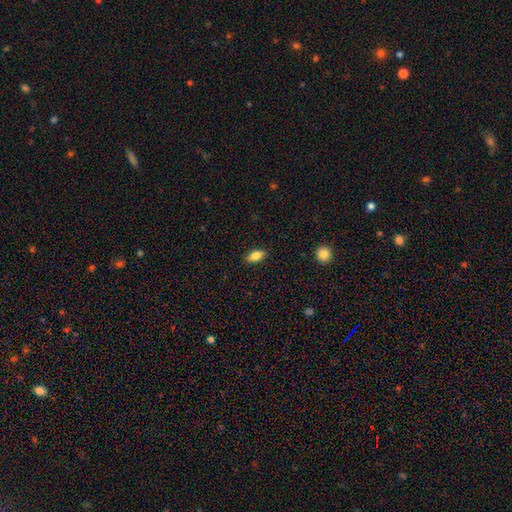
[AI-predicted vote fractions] A smooth galaxy with no disk features (83%) that is in between round and cigar-shaped (88%).

Vote fractions:
- Smooth or featured? smooth: 83% / featured or disk: 9% / star or artifact: 8%
- How rounded? in between: 88% / cigar-shaped: 7% / round: 5%
- Merging? none: 89% / minor disturbance: 8% / major disturbance: 2% / merger: 1%